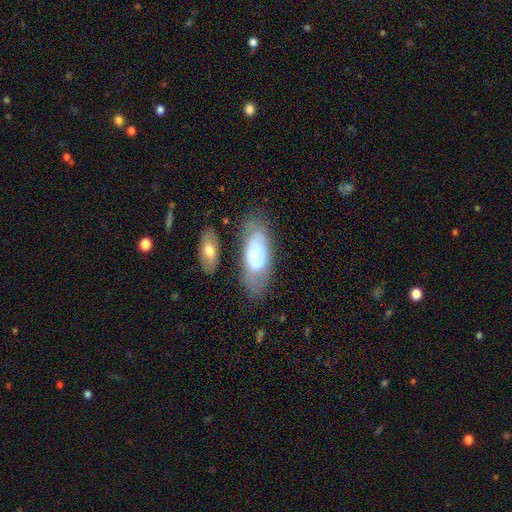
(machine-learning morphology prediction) type=smooth (51%); roundness=in between (80%); merging=none (56%).